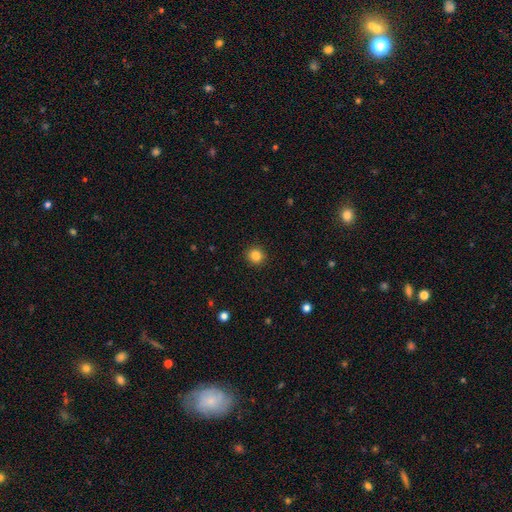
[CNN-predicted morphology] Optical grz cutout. It shows a smooth galaxy with no disk features (84%) that is round (93%). Merging: none (92%).